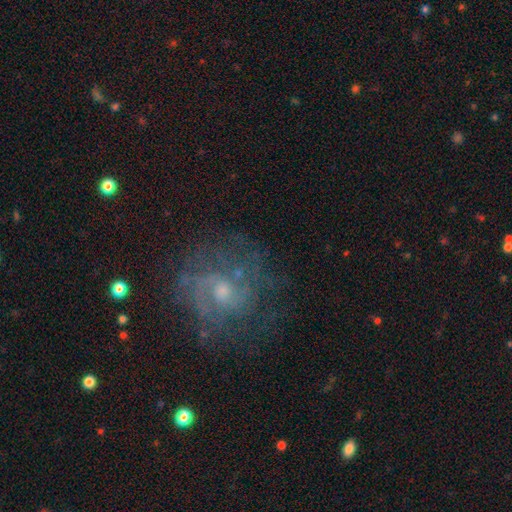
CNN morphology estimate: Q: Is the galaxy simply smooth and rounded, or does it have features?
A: featured or disk — 70%.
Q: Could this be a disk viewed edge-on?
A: no — 97%.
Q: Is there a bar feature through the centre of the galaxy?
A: no — 60%.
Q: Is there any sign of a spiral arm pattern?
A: yes — 85%.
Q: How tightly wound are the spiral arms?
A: medium — 43%.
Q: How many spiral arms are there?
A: can't tell — 39%.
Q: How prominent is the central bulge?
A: small — 49%.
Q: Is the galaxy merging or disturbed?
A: none — 70%.